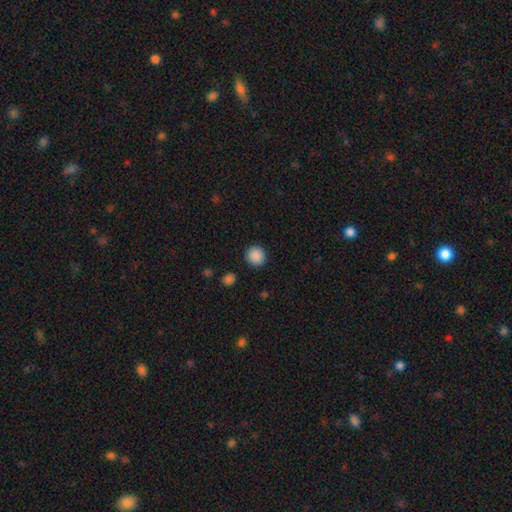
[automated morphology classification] The model was most divided on "smooth or featured": smooth: 89%, star or artifact: 8%, featured or disk: 3%. More confident: how rounded — round (93%); merging — none (91%).